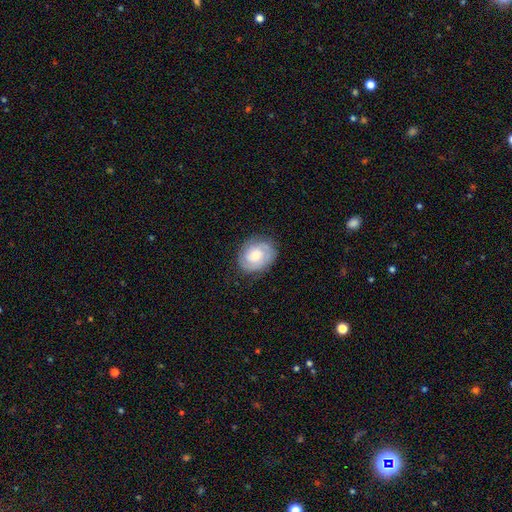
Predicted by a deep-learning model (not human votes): Smooth or featured: featured or disk — 60% (smooth — 33%)
Edge-on disk: no — 97% (yes — 3%)
Bar: no — 72% (weak — 25%)
Spiral arms: yes — 87% (no — 13%)
Spiral winding: tight — 62% (medium — 30%)
Spiral arm count: 2 — 52% (can't tell — 25%)
Bulge size: moderate — 52% (small — 27%)
Merging: none — 81% (minor disturbance — 14%)